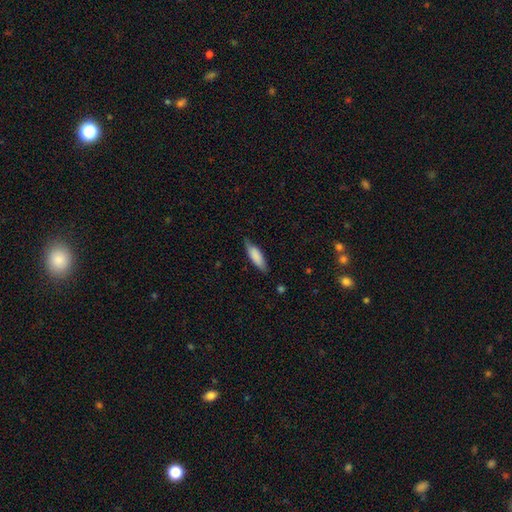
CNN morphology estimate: Q: Smooth or featured?
A: smooth (81%); runner-up: featured or disk (13%)
Q: How rounded?
A: cigar-shaped (51%); runner-up: in between (48%)
Q: Merging?
A: none (76%); runner-up: minor disturbance (20%)